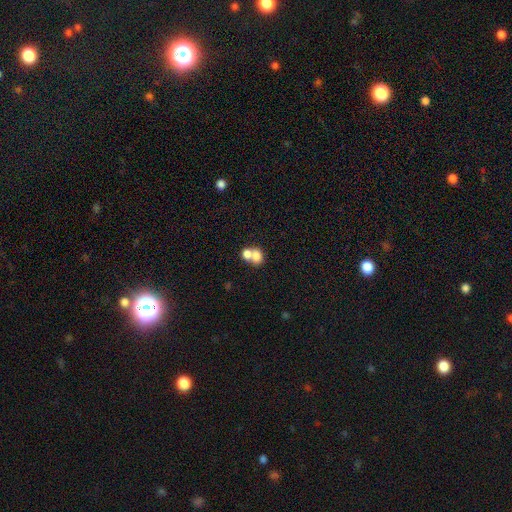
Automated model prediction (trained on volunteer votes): smooth-or-featured: smooth: 76% | featured or disk: 14% | star or artifact: 10%
  how-rounded: in between: 52% | round: 46% | cigar-shaped: 1%
  merging: merger: 64% | none: 26% | minor disturbance: 6% | major disturbance: 4%